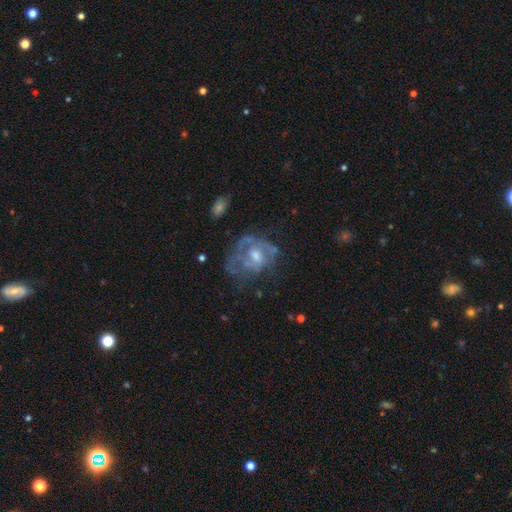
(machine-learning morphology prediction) Smooth or featured? featured or disk (69%)
Edge-on disk? no (97%)
Bar? no (65%)
Spiral arms? no (53%)
Bulge size? moderate (53%)
Merging? none (39%)